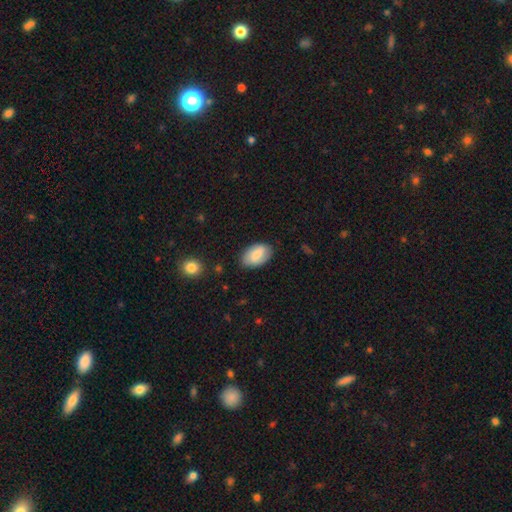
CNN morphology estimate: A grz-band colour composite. It shows a smooth galaxy with no disk features (75%) that is in between round and cigar-shaped (93%). Merging: none (79%).